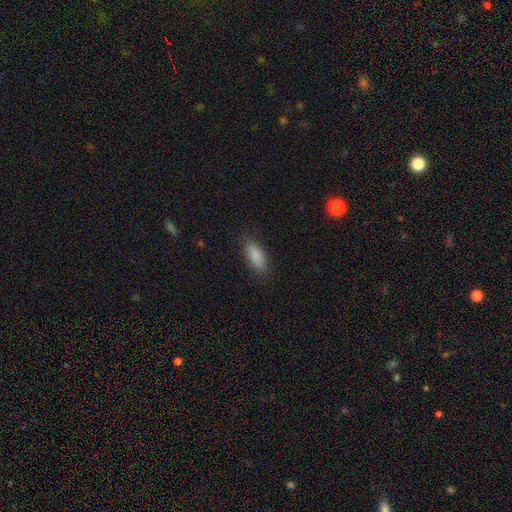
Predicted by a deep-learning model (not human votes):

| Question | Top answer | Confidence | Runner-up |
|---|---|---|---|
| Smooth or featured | smooth | 89% | star or artifact (7%) |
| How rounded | in between | 79% | cigar-shaped (19%) |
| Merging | none | 85% | minor disturbance (11%) |